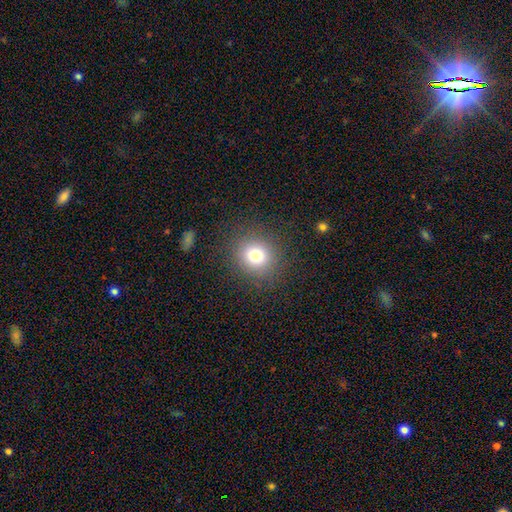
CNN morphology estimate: smooth-or-featured: smooth: 78% | star or artifact: 14% | featured or disk: 9%
  how-rounded: round: 84% | in between: 15% | cigar-shaped: 1%
  merging: none: 87% | minor disturbance: 8% | major disturbance: 4% | merger: 1%